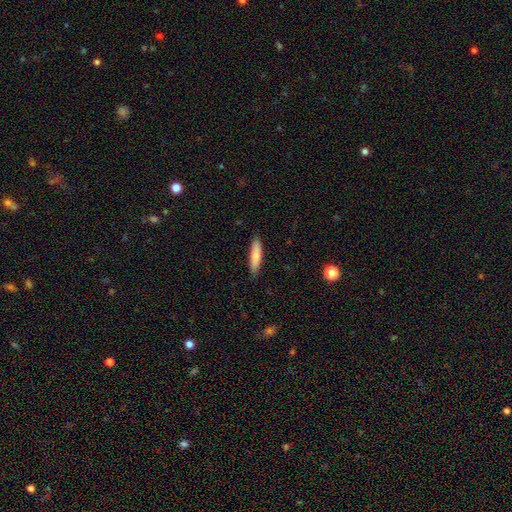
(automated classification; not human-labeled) Smooth or featured?
  - smooth: 80% *
  - featured or disk: 14%
  - star or artifact: 6%
How rounded?
  - cigar-shaped: 77% *
  - in between: 21%
  - round: 1%
Merging?
  - none: 87% *
  - minor disturbance: 10%
  - major disturbance: 2%
  - merger: 1%